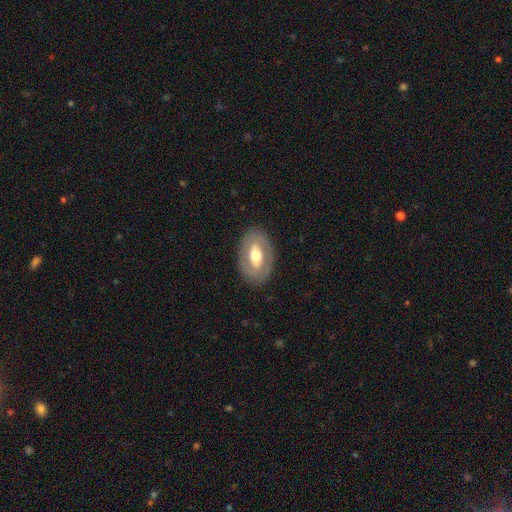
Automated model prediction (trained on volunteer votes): Q: Smooth or featured?
A: featured or disk (55%); runner-up: smooth (40%)
Q: Edge-on disk?
A: no (90%); runner-up: yes (10%)
Q: Merging?
A: none (83%); runner-up: minor disturbance (11%)